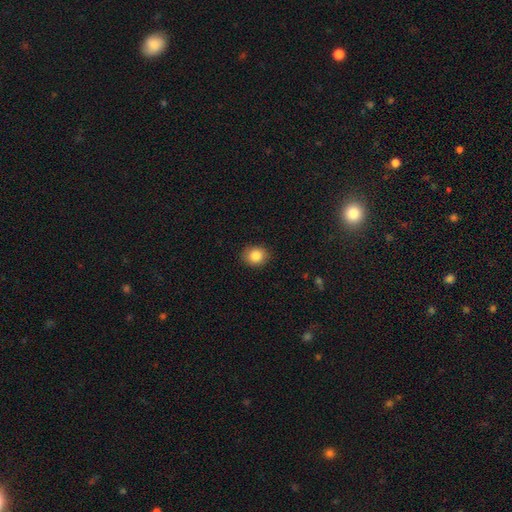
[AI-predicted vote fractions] smooth 85%, star or artifact 9%, featured or disk 6%. Down the decision tree: how rounded — round (67%); merging — none (89%).